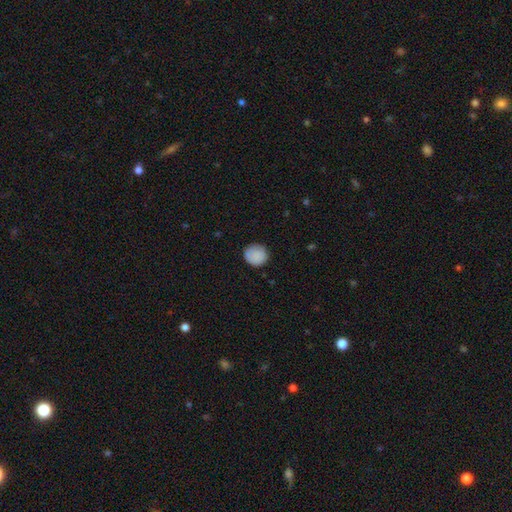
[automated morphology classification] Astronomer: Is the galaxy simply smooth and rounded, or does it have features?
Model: smooth — 87%.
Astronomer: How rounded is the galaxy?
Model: round — 91%.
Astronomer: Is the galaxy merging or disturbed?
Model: none — 84%.